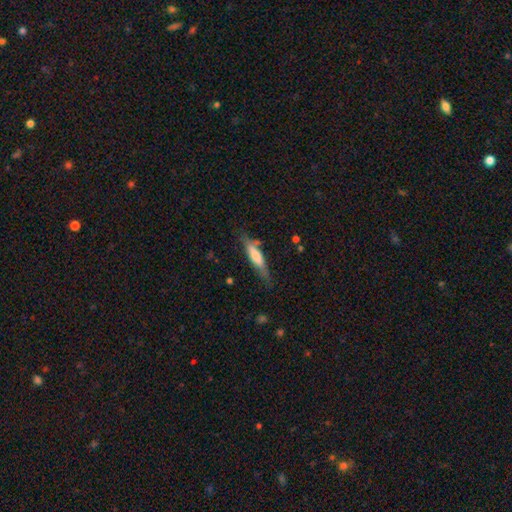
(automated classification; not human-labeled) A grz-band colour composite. It shows a smooth galaxy with no disk features (67%) that is cigar-shaped (75%). Merging: none (67%).